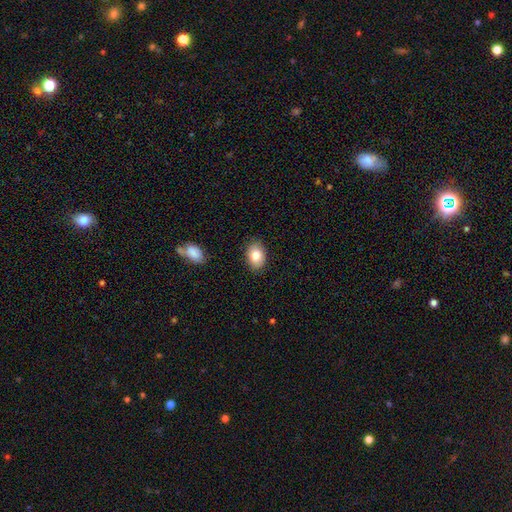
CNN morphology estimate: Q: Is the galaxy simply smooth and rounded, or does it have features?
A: smooth — 82%.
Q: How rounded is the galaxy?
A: in between — 79%.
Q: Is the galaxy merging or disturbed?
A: none — 86%.